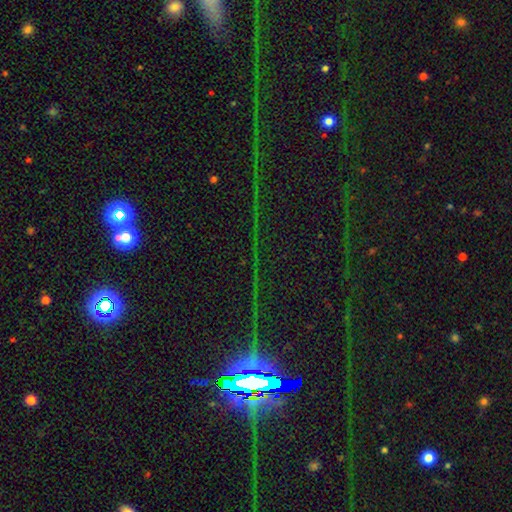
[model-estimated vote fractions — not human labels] Smooth or featured?
  - star or artifact: 74% *
  - featured or disk: 16%
  - smooth: 10%